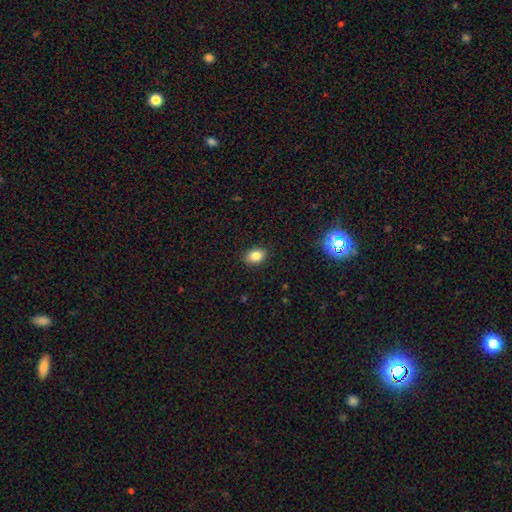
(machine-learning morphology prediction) Overall: smooth (83%). How rounded: in between (79%). Merging: none (88%).